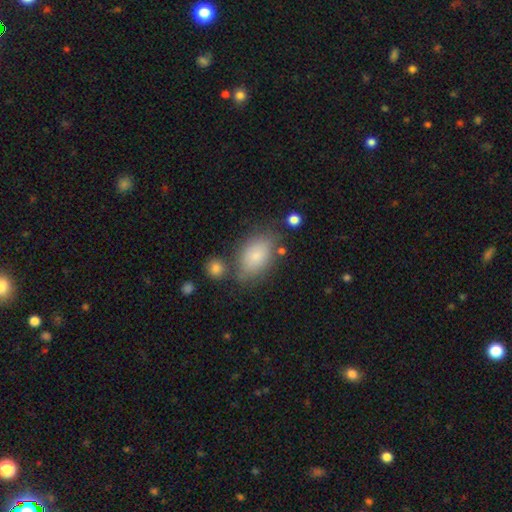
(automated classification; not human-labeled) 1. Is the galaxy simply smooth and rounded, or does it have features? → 80% smooth, 12% featured or disk, 8% star or artifact.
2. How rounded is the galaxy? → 89% in between, 9% round, 2% cigar-shaped.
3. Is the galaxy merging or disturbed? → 65% none, 19% minor disturbance, 9% merger, 6% major disturbance.